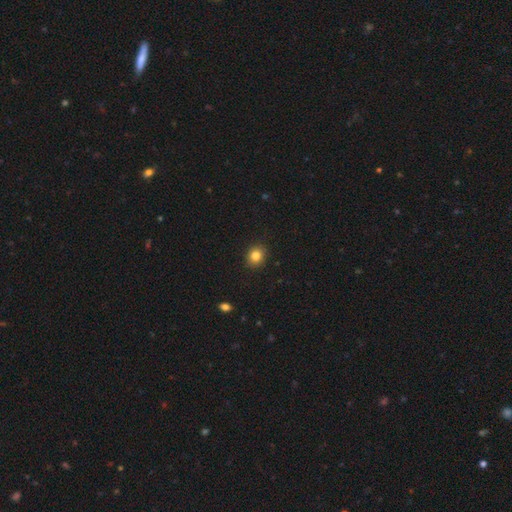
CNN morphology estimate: smooth_or_featured: smooth (p=0.83) [alt: star or artifact p=0.11]
how_rounded: round (p=0.69) [alt: in between p=0.30]
merging: none (p=0.90) [alt: minor disturbance p=0.07]